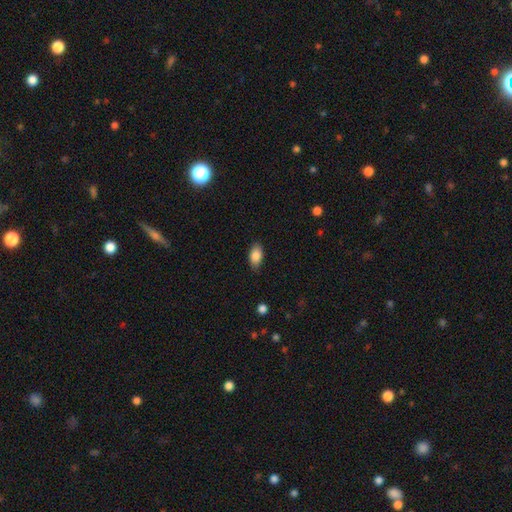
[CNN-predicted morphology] This appears to be a smooth galaxy with no disk features (85%) that is in between round and cigar-shaped (91%). Merging: none (82%).